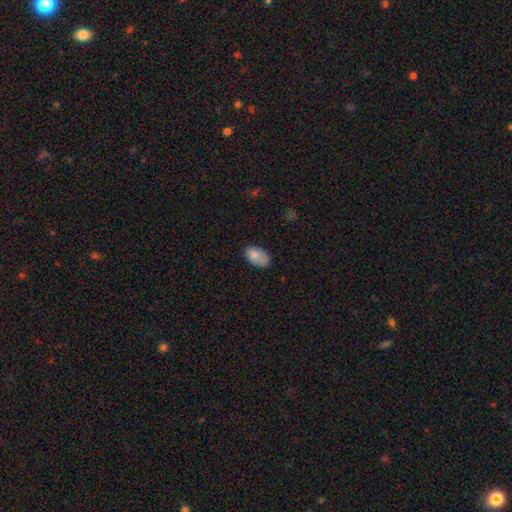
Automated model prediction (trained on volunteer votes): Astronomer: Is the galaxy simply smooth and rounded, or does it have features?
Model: smooth — 84%.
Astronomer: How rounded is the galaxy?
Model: in between — 93%.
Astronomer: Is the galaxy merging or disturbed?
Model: none — 67%.